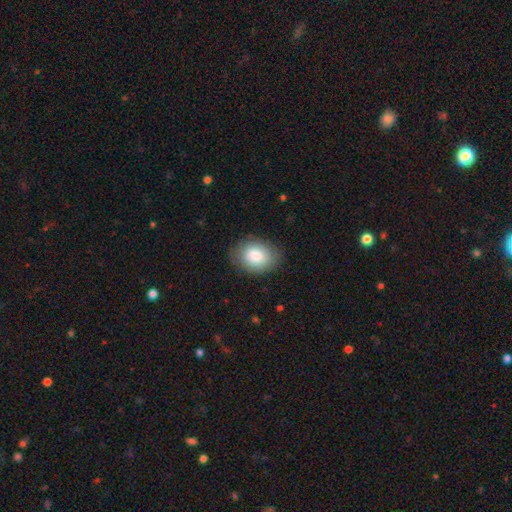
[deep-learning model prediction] A smooth galaxy with no disk features (84%) that is in between round and cigar-shaped (67%).

Vote fractions:
- Smooth or featured? smooth: 84% / featured or disk: 9% / star or artifact: 7%
- How rounded? in between: 67% / round: 32% / cigar-shaped: 1%
- Merging? none: 82% / minor disturbance: 14% / major disturbance: 4% / merger: 1%